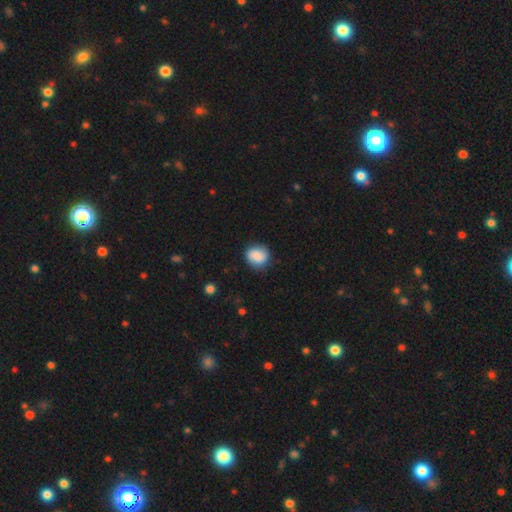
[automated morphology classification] smooth-or-featured: smooth: 85% | featured or disk: 8% | star or artifact: 7%
  how-rounded: round: 69% | in between: 30% | cigar-shaped: 1%
  merging: none: 79% | minor disturbance: 16% | major disturbance: 4% | merger: 1%